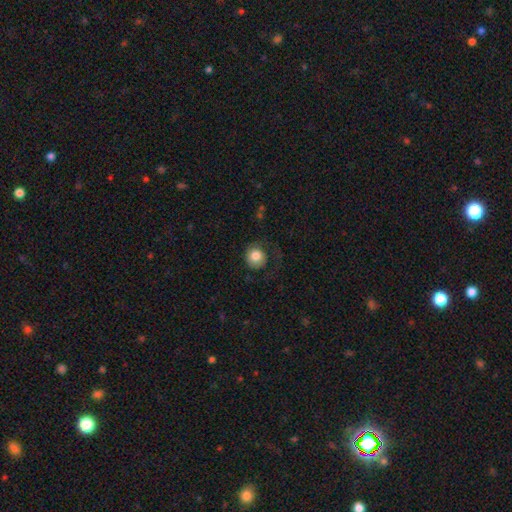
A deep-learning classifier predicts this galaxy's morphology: smooth-or-featured: smooth: 80% | featured or disk: 12% | star or artifact: 8%
  how-rounded: round: 89% | in between: 10% | cigar-shaped: 1%
  merging: none: 62% | major disturbance: 19% | minor disturbance: 17% | merger: 1%